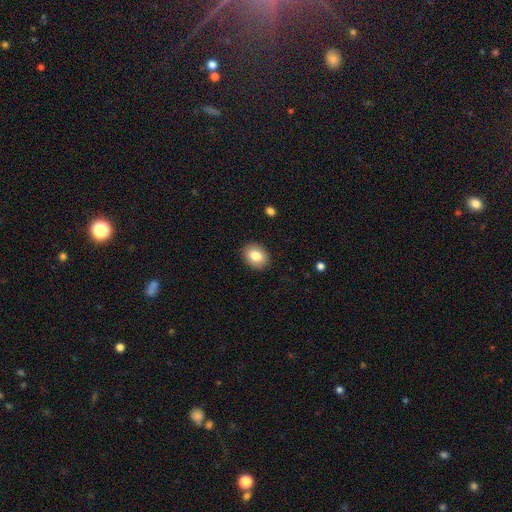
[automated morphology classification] Smooth or featured?
  - smooth: 82% *
  - featured or disk: 9%
  - star or artifact: 8%
How rounded?
  - in between: 58% *
  - round: 41%
  - cigar-shaped: 1%
Merging?
  - none: 90% *
  - minor disturbance: 7%
  - major disturbance: 2%
  - merger: 1%